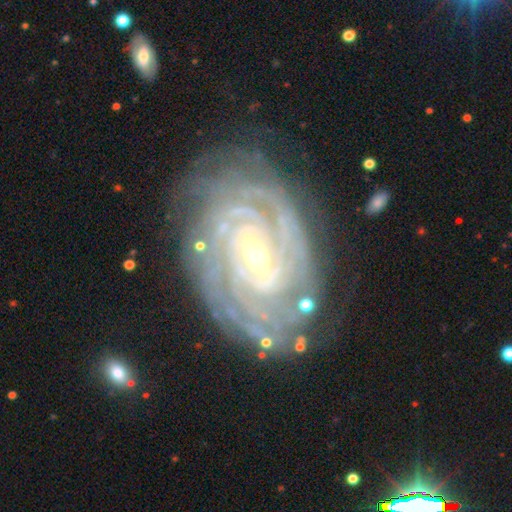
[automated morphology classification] Smooth or featured? Predicted: featured or disk (p=0.91). Edge-on disk? Predicted: no (p=0.96). Bar? Predicted: weak (p=0.44). Spiral arms? Predicted: yes (p=0.98). Spiral winding? Predicted: tight (p=0.84). Spiral arm count? Predicted: can't tell (p=0.23). Bulge size? Predicted: small (p=0.48, tied with moderate). Merging? Predicted: none (p=0.79).